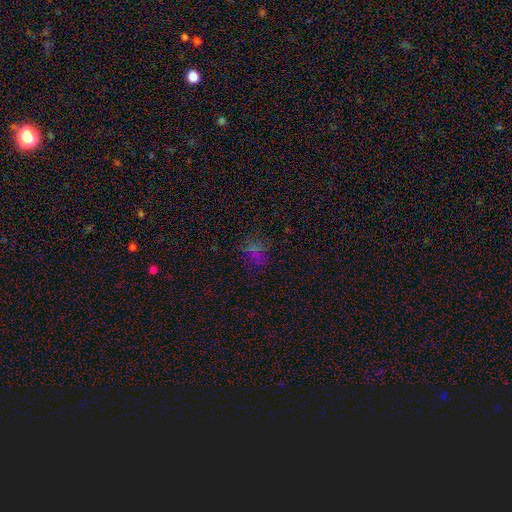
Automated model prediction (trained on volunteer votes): smooth-or-featured: smooth: 50% | star or artifact: 40% | featured or disk: 10%
  merging: none: 71% | minor disturbance: 16% | major disturbance: 10% | merger: 3%